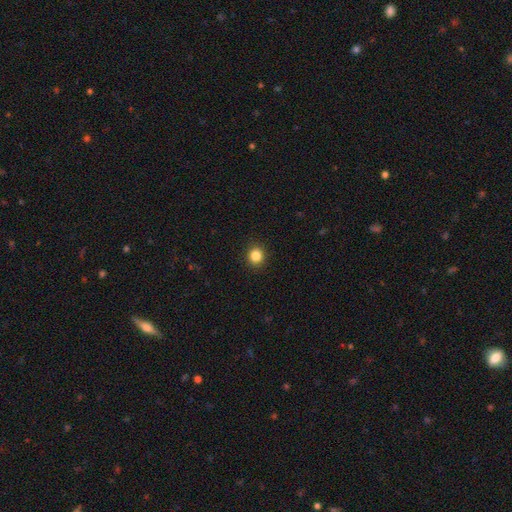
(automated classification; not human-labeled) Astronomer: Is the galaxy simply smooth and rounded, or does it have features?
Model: smooth — 85%.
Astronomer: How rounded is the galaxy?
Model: round — 88%.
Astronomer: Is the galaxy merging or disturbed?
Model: none — 92%.